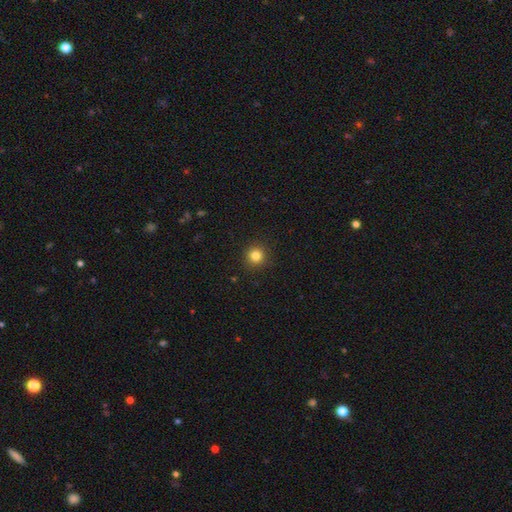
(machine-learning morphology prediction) Smooth or featured? smooth (83%)
How rounded? round (94%)
Merging? none (92%)